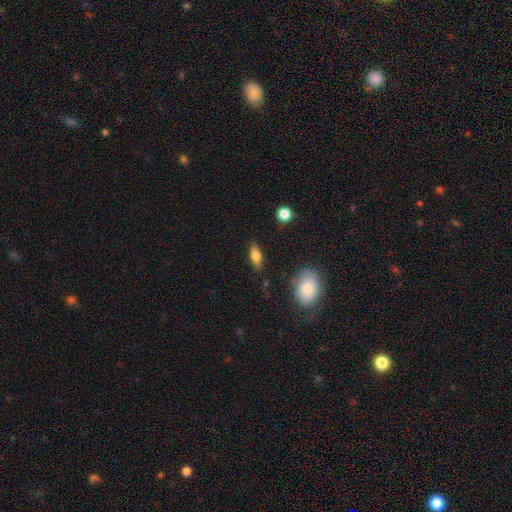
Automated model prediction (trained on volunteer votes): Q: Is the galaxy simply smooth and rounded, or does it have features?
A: smooth — 67%.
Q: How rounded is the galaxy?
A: in between — 72%.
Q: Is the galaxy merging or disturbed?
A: none — 83%.